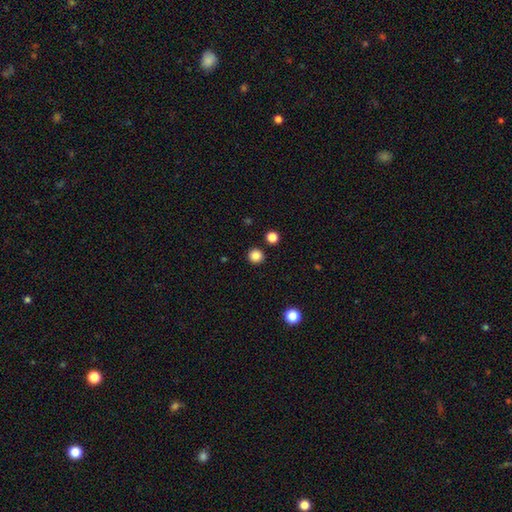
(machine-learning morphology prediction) This appears to be a smooth galaxy with no disk features (85%) that is round (95%). Merging: none (91%).